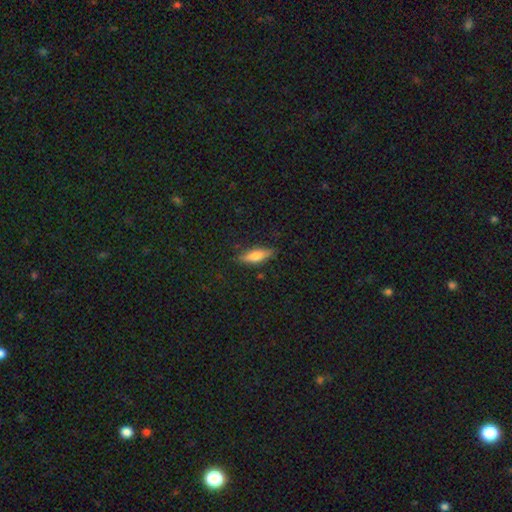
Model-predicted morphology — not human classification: Smooth or featured? Predicted: smooth (p=0.69). How rounded? Predicted: cigar-shaped (p=0.55). Merging? Predicted: none (p=0.84).